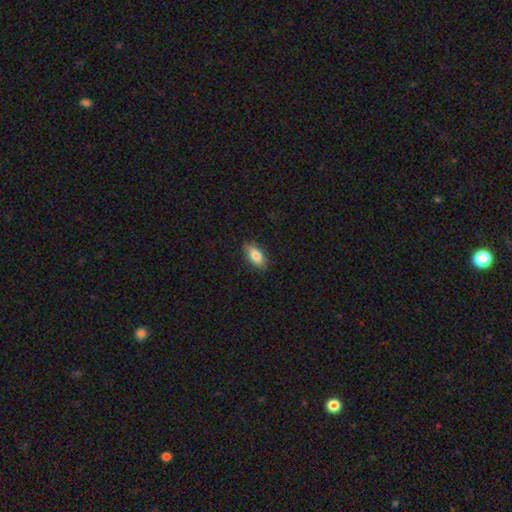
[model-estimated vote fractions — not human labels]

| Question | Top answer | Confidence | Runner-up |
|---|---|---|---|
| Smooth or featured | smooth | 80% | featured or disk (12%) |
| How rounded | in between | 87% | cigar-shaped (9%) |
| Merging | none | 84% | minor disturbance (12%) |